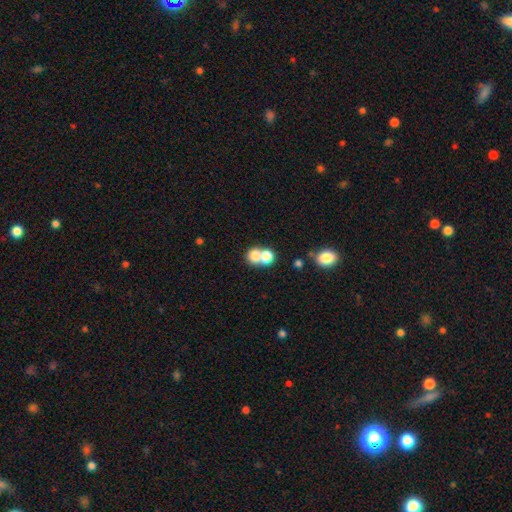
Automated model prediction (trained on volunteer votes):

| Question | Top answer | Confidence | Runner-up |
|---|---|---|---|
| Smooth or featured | smooth | 75% | star or artifact (13%) |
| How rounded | round | 75% | in between (24%) |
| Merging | merger | 55% | none (36%) |